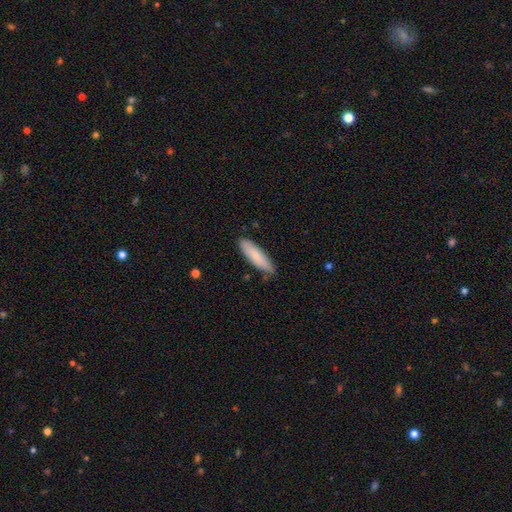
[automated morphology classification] Smooth or featured? Predicted: smooth (p=0.82). How rounded? Predicted: cigar-shaped (p=0.68). Merging? Predicted: none (p=0.82).